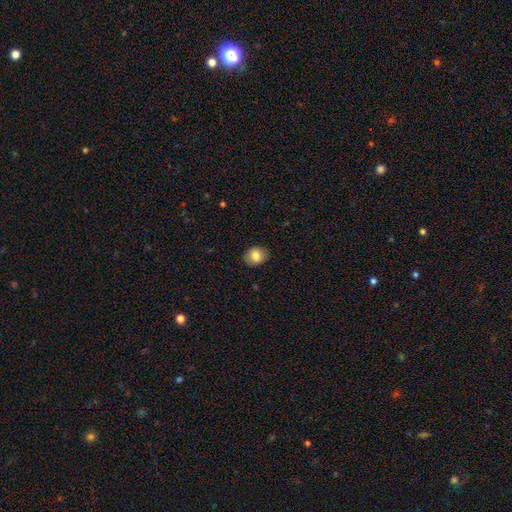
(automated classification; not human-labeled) Smooth or featured: smooth — 83% (star or artifact — 9%)
How rounded: round — 63% (in between — 36%)
Merging: none — 88% (minor disturbance — 9%)